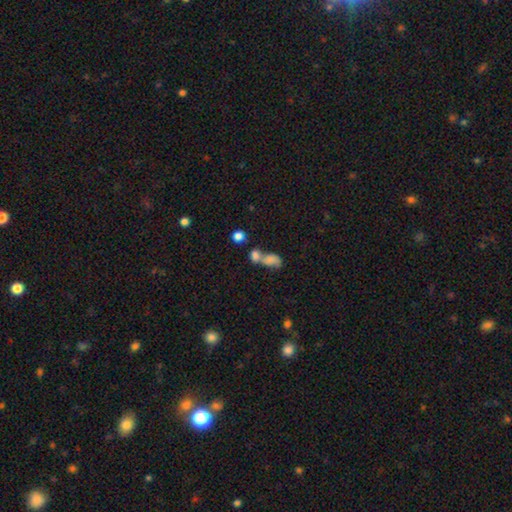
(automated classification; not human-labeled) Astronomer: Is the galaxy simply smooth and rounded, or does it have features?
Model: smooth — 75%.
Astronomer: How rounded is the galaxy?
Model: in between — 62%.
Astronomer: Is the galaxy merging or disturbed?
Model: merger — 64%.